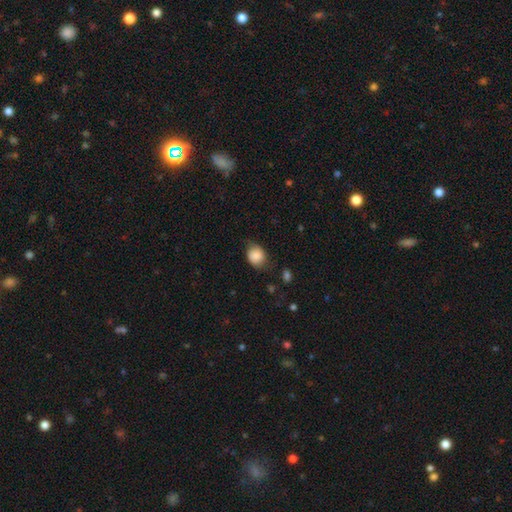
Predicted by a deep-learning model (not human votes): The model was most divided on "how rounded": round: 50%, in between: 49%, cigar-shaped: 1%. More confident: smooth or featured — smooth (78%); merging — none (55%).